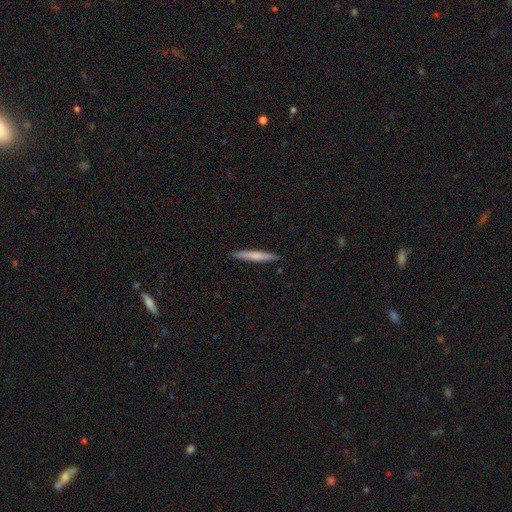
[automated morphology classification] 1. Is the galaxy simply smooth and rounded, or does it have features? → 66% smooth, 29% featured or disk, 5% star or artifact.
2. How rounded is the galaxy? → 95% cigar-shaped, 4% in between, 1% round.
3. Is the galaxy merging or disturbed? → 91% none, 6% minor disturbance, 1% major disturbance, 1% merger.